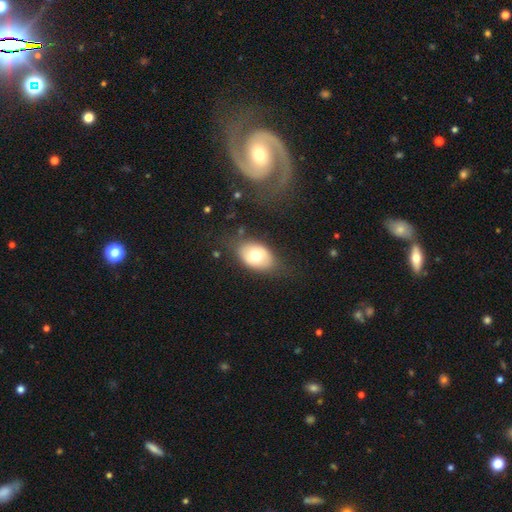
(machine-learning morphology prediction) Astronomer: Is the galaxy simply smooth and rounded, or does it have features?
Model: smooth — 67%.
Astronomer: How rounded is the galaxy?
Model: in between — 86%.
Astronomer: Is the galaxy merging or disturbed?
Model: none — 75%.